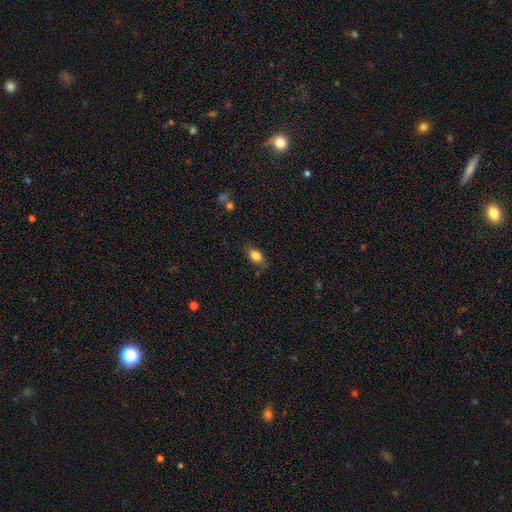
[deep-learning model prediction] A smooth galaxy with no disk features (83%) that is in between round and cigar-shaped (85%). Merging: none (75%).